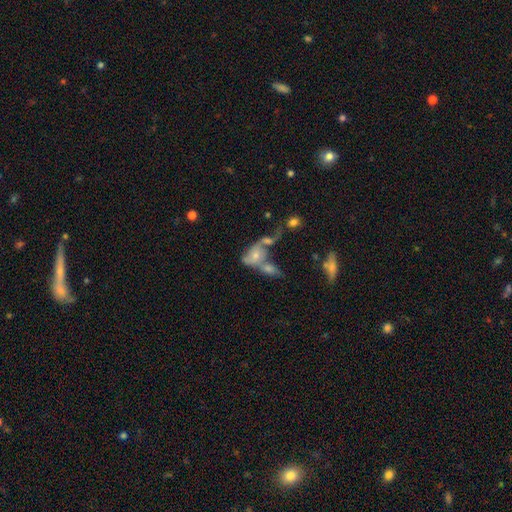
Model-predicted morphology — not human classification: A featured or disk galaxy (44%, tied with smooth).

Vote fractions:
- Smooth or featured? featured or disk: 44% (tied) / smooth: 44% (tied) / star or artifact: 11%
- Merging? merger: 64% / none: 14% / major disturbance: 13% / minor disturbance: 9%